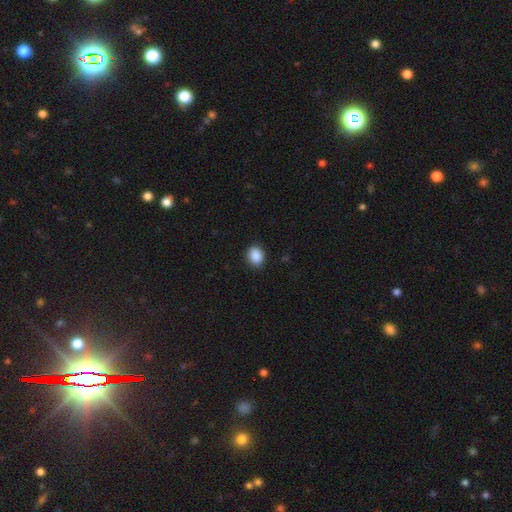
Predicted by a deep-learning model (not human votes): This appears to be a smooth galaxy with no disk features (89%) that is round (52%). Merging: none (89%).